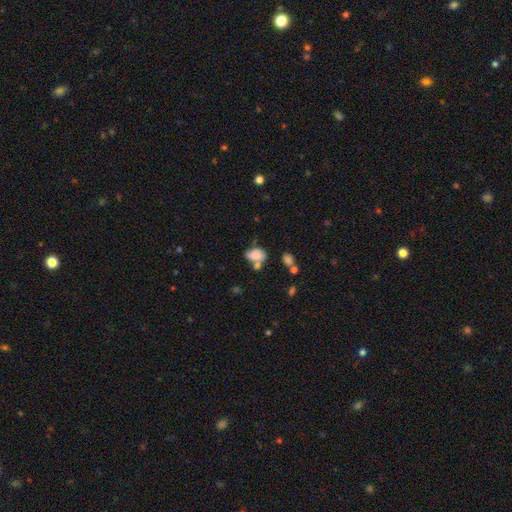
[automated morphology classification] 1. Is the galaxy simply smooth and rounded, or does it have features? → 73% smooth, 16% featured or disk, 11% star or artifact.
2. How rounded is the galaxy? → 86% in between, 13% round, 2% cigar-shaped.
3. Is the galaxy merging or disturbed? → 35% none, 34% merger, 21% minor disturbance, 10% major disturbance.